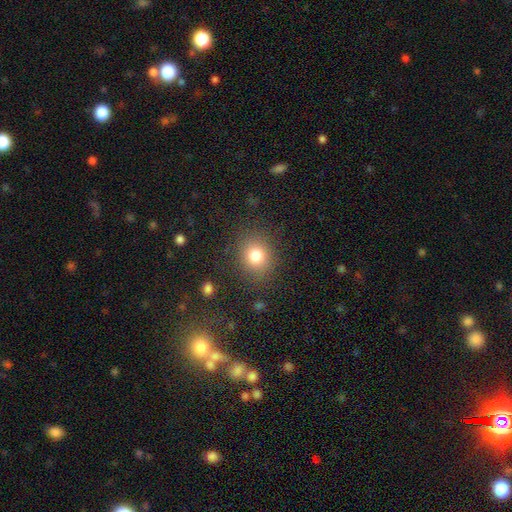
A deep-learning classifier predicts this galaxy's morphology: Q: Smooth or featured?
A: smooth (79%); runner-up: star or artifact (12%)
Q: How rounded?
A: round (72%); runner-up: in between (28%)
Q: Merging?
A: none (84%); runner-up: minor disturbance (10%)